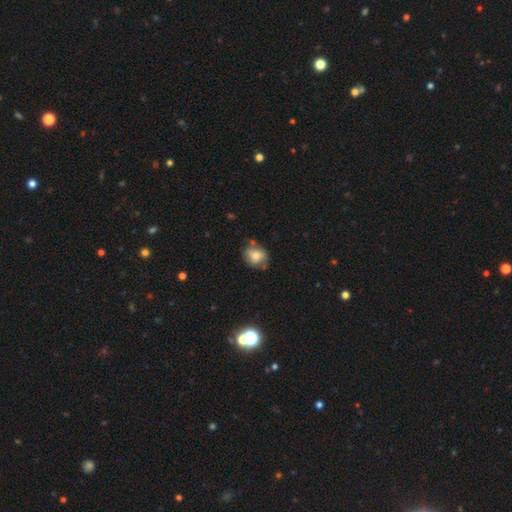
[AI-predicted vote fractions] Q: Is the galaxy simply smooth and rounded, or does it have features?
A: smooth — 65%.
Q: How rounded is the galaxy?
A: round — 54%.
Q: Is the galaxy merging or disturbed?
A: none — 57%.